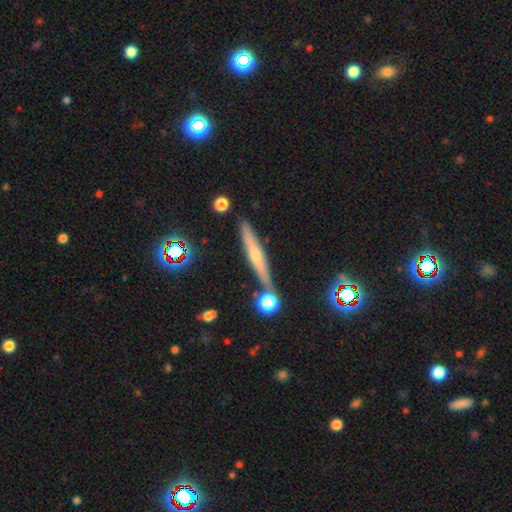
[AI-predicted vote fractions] The model was most divided on "smooth or featured": featured or disk: 54%, smooth: 35%, star or artifact: 11%. More confident: edge-on disk — yes (94%); merging — none (81%); edge-on bulge — rounded (66%).